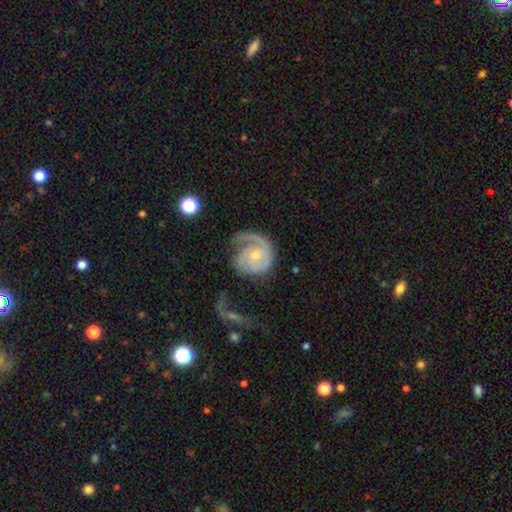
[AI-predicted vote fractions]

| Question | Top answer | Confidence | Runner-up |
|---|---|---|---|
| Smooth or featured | featured or disk | 82% | smooth (13%) |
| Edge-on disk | no | 98% | yes (2%) |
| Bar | no | 72% | weak (24%) |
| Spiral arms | yes | 94% | no (6%) |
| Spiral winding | tight | 47% | medium (35%) |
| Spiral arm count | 1 | 46% | 2 (32%) |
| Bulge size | moderate | 51% | small (44%) |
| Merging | none | 48% | major disturbance (26%) |